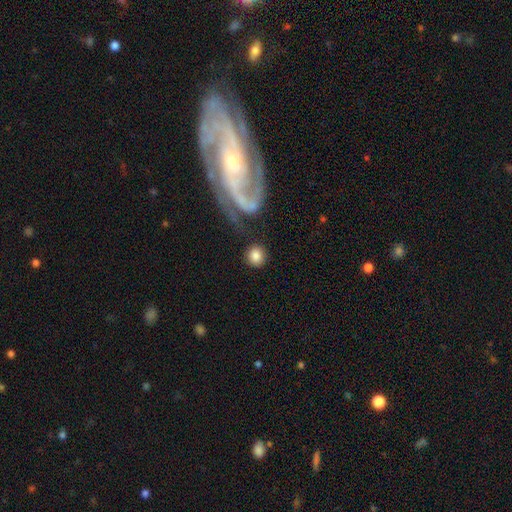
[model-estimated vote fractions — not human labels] Smooth or featured? smooth (82%)
How rounded? round (88%)
Merging? none (77%)